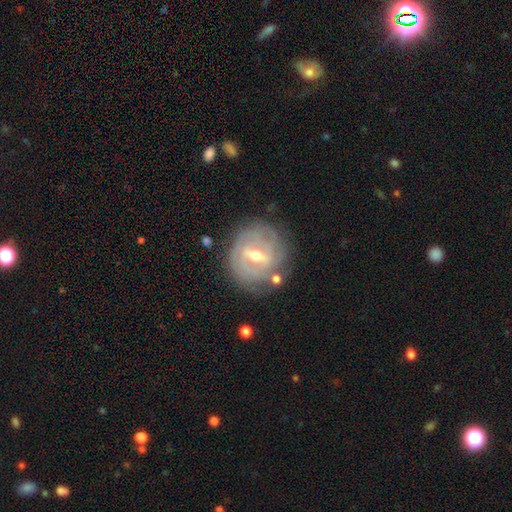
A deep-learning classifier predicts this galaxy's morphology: This appears to be a featured or disk galaxy (84%) with a weak bar (49%), tight (77%) spiral arms (87%) and a moderate central bulge (64%). Merging: none (78%).